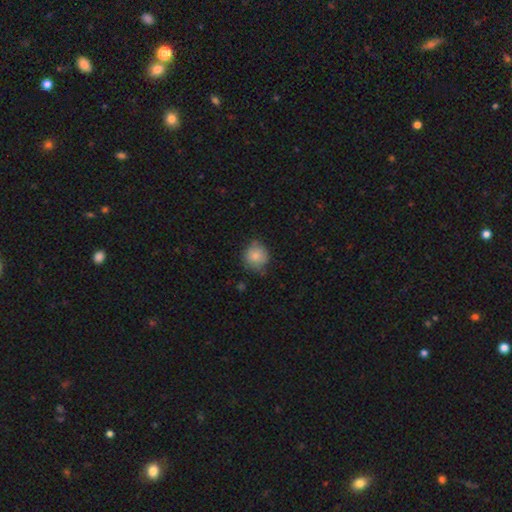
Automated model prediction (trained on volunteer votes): Morphology: type=smooth (81%); roundness=round (88%); merging=none (65%).